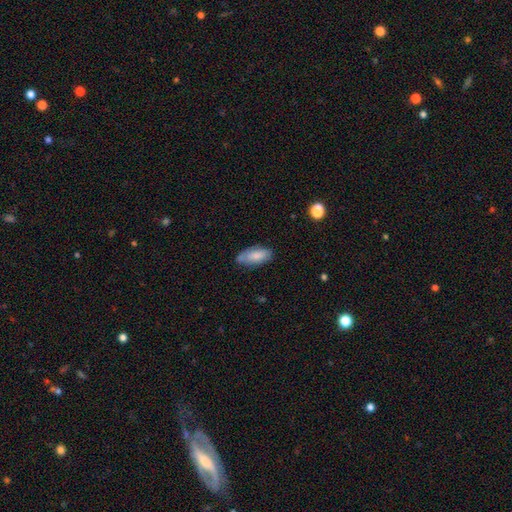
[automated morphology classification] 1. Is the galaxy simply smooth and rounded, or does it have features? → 80% smooth, 14% featured or disk, 6% star or artifact.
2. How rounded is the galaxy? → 87% in between, 11% cigar-shaped, 2% round.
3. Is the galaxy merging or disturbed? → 71% none, 23% minor disturbance, 4% major disturbance, 2% merger.